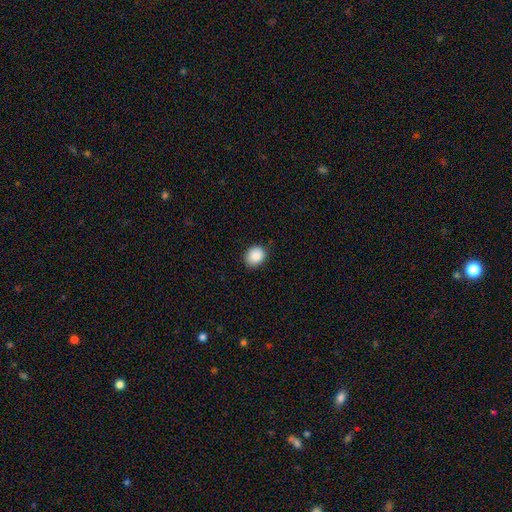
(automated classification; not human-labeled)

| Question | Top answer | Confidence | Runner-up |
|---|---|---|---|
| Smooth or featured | smooth | 88% | star or artifact (8%) |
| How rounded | round | 61% | in between (38%) |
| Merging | none | 87% | minor disturbance (10%) |